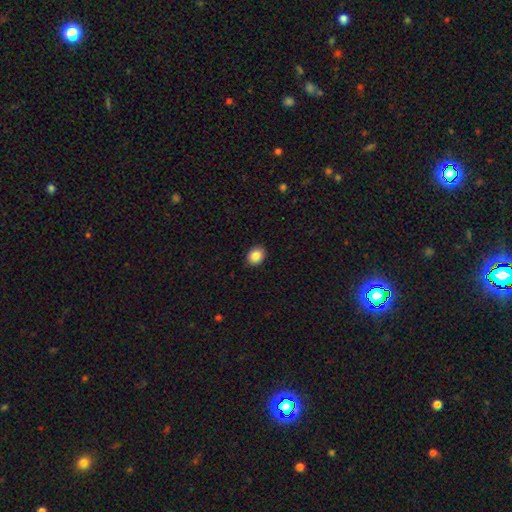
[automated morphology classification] A smooth galaxy with no disk features (87%) that is in between round and cigar-shaped (54%).

Vote fractions:
- Smooth or featured? smooth: 87% / star or artifact: 8% / featured or disk: 4%
- How rounded? in between: 54% / round: 46% / cigar-shaped: 1%
- Merging? none: 90% / minor disturbance: 7% / major disturbance: 2% / merger: 1%